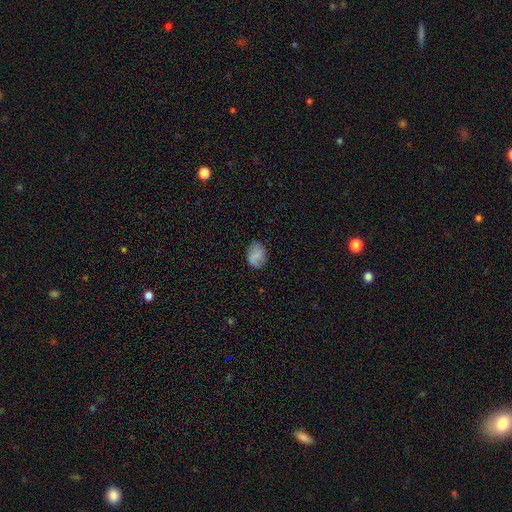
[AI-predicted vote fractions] This appears to be a smooth galaxy with no disk features (70%) that is in between round and cigar-shaped (66%). Merging: none (77%).